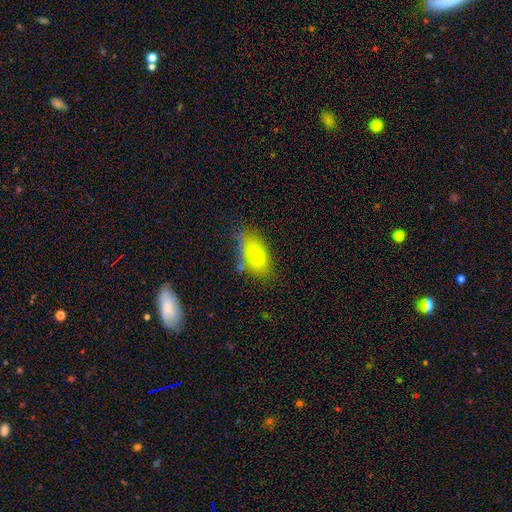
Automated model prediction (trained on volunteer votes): Smooth or featured: smooth — 74% (featured or disk — 16%)
How rounded: in between — 90% (round — 6%)
Merging: none — 67% (minor disturbance — 21%)